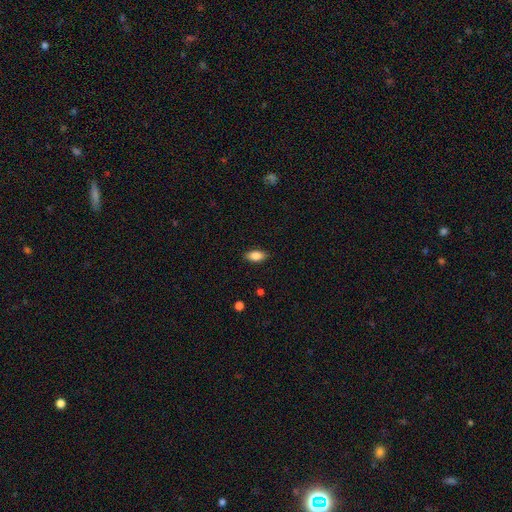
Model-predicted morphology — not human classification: Q: Smooth or featured?
A: smooth (85%); runner-up: featured or disk (8%)
Q: How rounded?
A: in between (90%); runner-up: cigar-shaped (6%)
Q: Merging?
A: none (87%); runner-up: minor disturbance (10%)